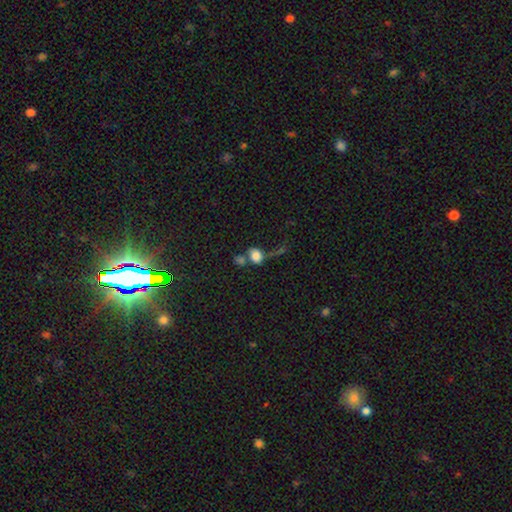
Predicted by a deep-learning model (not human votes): Smooth or featured: smooth — 75% (featured or disk — 14%)
How rounded: round — 53% (in between — 45%)
Merging: merger — 41% (none — 28%)